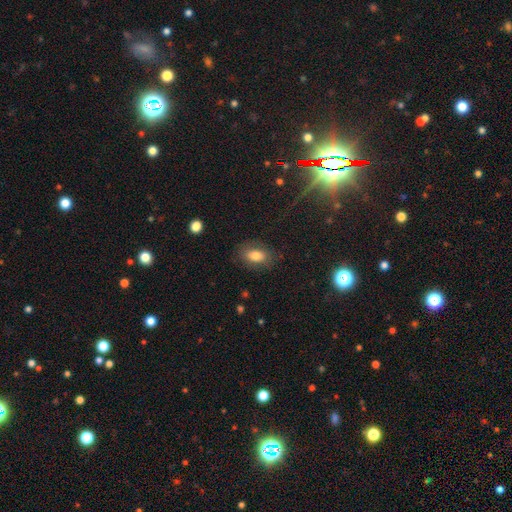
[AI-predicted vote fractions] Morphology: type=smooth (77%); roundness=in between (87%); merging=none (78%).